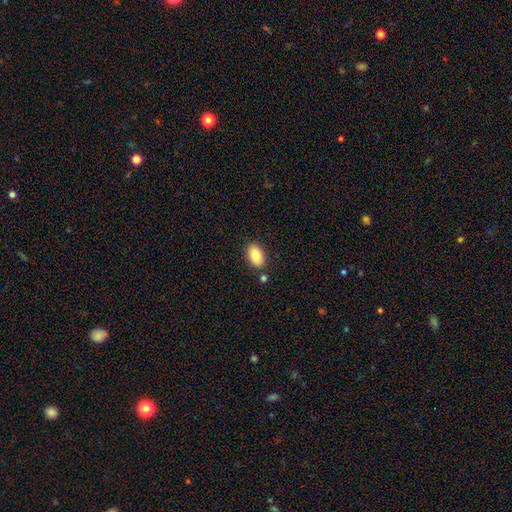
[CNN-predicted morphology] Smooth or featured? Predicted: smooth (p=0.86). How rounded? Predicted: in between (p=0.92). Merging? Predicted: none (p=0.83).